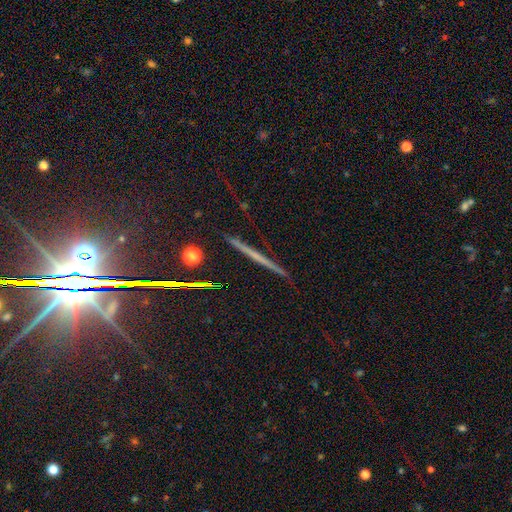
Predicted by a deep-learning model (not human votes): Smooth or featured?
  - featured or disk: 58% *
  - smooth: 24%
  - star or artifact: 18%
Edge-on disk?
  - yes: 97% *
  - no: 3%
Edge-on bulge?
  - none: 79% *
  - rounded: 15%
  - boxy: 6%
Merging?
  - none: 91% *
  - minor disturbance: 6%
  - major disturbance: 1%
  - merger: 1%